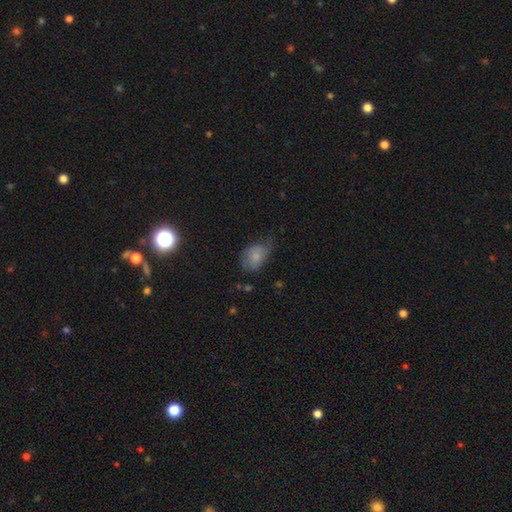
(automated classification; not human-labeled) The model was most divided on "merging": minor disturbance: 41%, none: 37%, major disturbance: 20%, merger: 2%. More confident: how rounded — in between (81%); smooth or featured — smooth (74%).